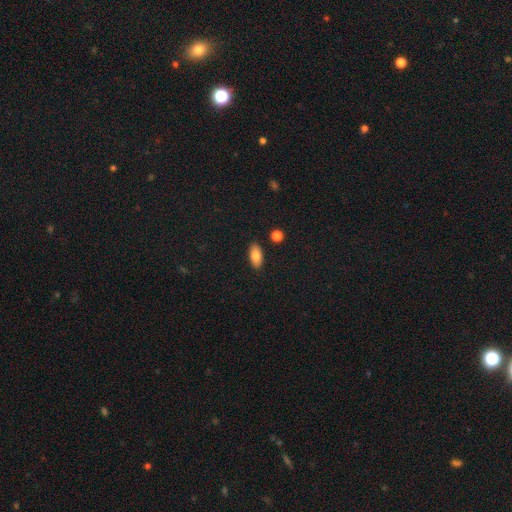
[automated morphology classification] Smooth or featured? smooth (81%)
How rounded? in between (88%)
Merging? none (88%)